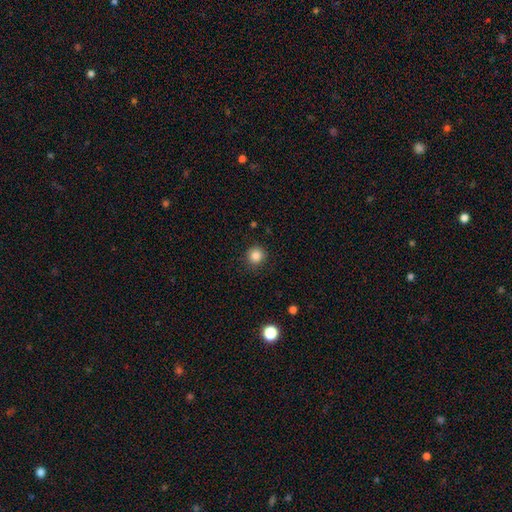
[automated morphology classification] Overall: smooth (85%). How rounded: round (92%). Merging: none (89%).